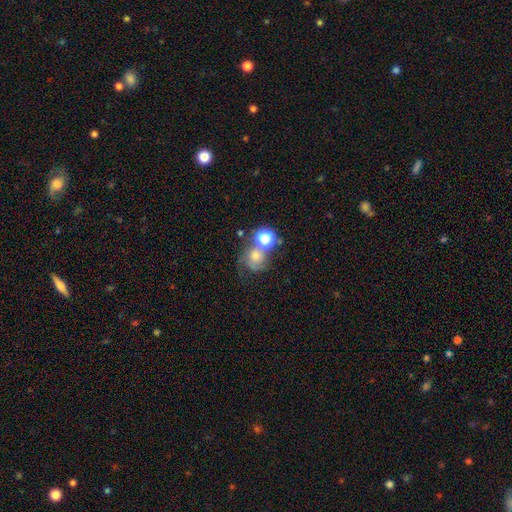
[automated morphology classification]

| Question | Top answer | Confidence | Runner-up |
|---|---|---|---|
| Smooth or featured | smooth | 52% | featured or disk (31%) |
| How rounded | round | 78% | in between (21%) |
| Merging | none | 37% | merger (35%) |